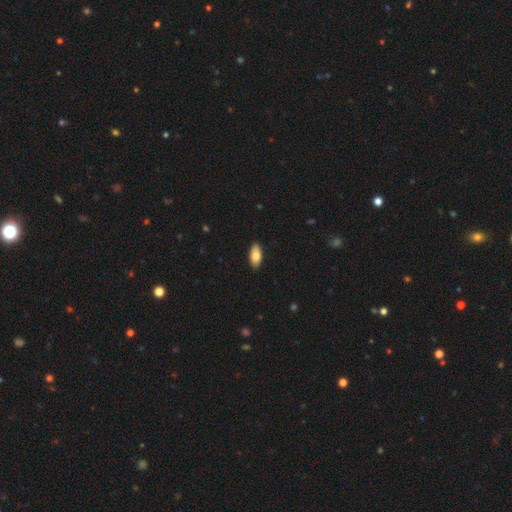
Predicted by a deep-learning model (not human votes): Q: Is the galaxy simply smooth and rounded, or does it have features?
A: smooth — 80%.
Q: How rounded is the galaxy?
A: in between — 89%.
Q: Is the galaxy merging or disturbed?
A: none — 90%.